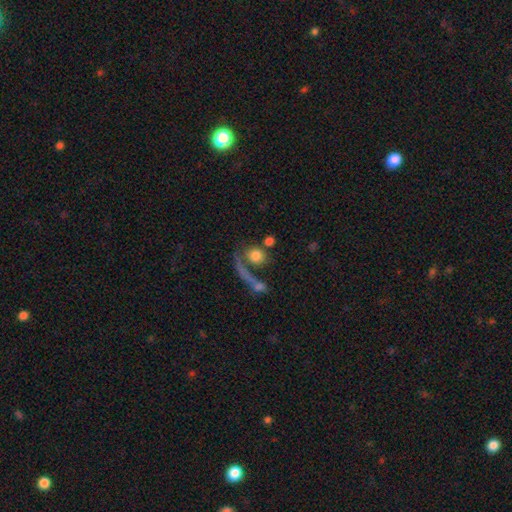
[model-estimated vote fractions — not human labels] This appears to be a smooth galaxy with no disk features (73%) that is round (77%). Merging: none (46%).